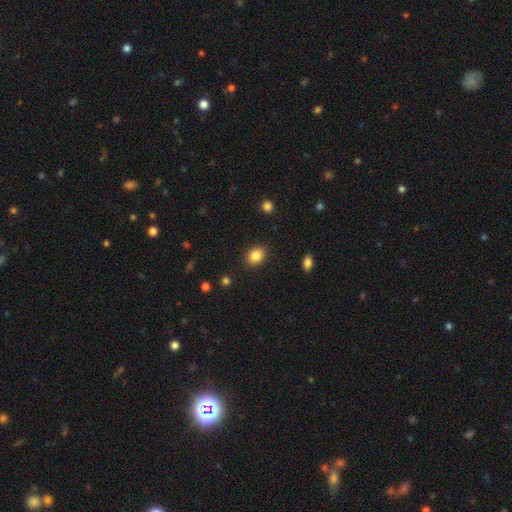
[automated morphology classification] Smooth or featured: smooth — 85% (star or artifact — 10%)
How rounded: round — 54% (in between — 45%)
Merging: none — 89% (minor disturbance — 7%)